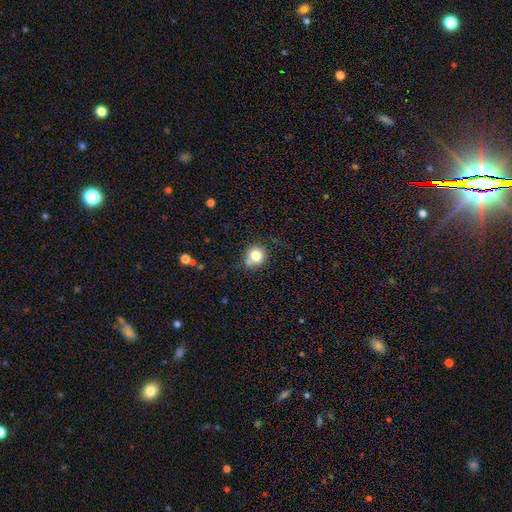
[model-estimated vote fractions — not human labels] Morphology: type=smooth (80%); roundness=round (84%); merging=none (71%).